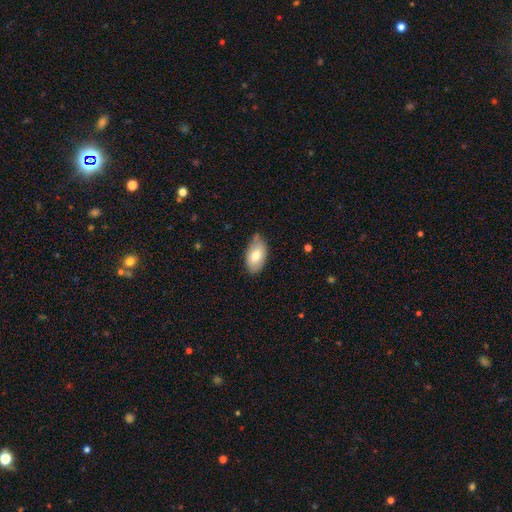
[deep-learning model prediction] The model was most divided on "merging": none: 70%, minor disturbance: 24%, major disturbance: 4%, merger: 2%. More confident: how rounded — in between (94%); smooth or featured — smooth (73%).